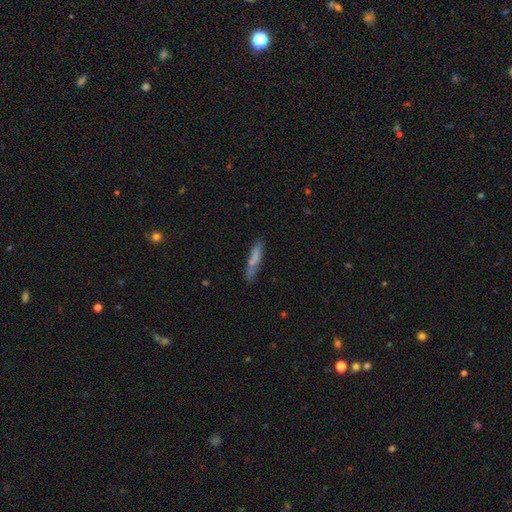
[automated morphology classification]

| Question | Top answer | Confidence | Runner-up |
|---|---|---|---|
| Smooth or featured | smooth | 65% | featured or disk (25%) |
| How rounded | cigar-shaped | 90% | in between (9%) |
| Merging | none | 76% | minor disturbance (16%) |